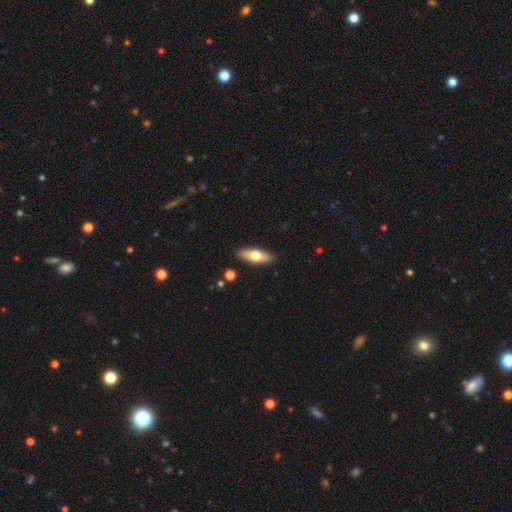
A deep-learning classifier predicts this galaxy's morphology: This is likely a smooth galaxy (62%). How rounded: possibly in between (58%). Merging: clearly none (89%).